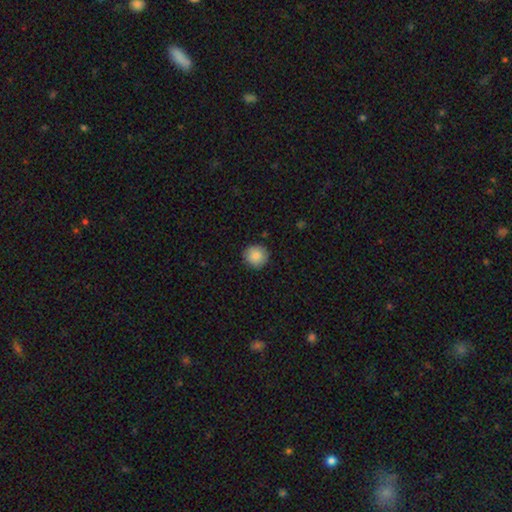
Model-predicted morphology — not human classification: smooth_or_featured: smooth (p=0.88) [alt: star or artifact p=0.07]
how_rounded: round (p=0.93) [alt: in between p=0.06]
merging: none (p=0.89) [alt: minor disturbance p=0.08]